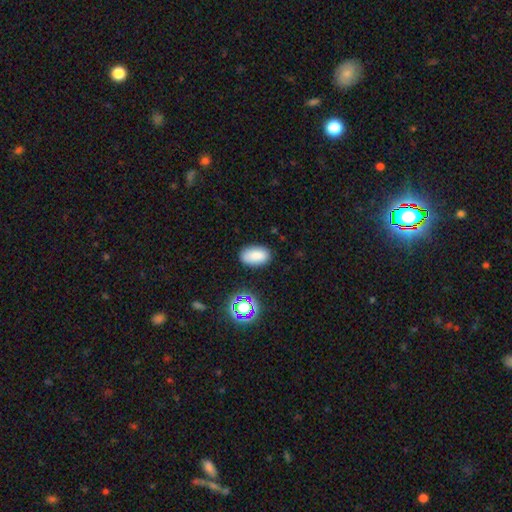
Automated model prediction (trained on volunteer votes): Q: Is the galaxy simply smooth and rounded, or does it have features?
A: smooth — 83%.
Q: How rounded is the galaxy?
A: in between — 93%.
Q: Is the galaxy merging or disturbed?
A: none — 83%.